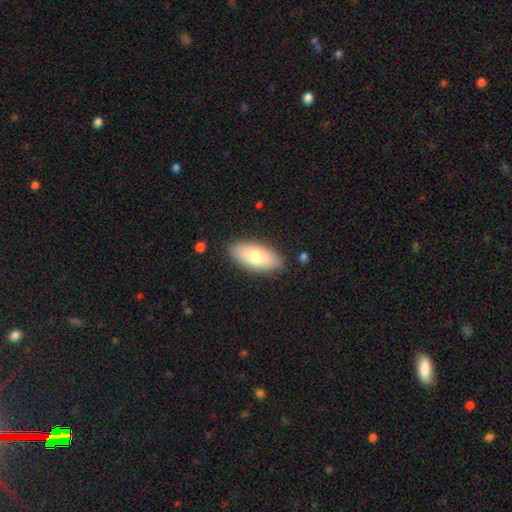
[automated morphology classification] This appears to be a smooth galaxy with no disk features (74%) that is in between round and cigar-shaped (87%). Merging: none (87%).